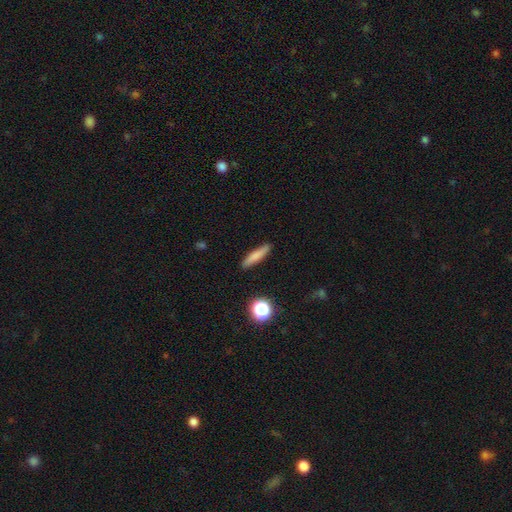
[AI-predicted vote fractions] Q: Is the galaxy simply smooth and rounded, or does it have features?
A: smooth — 74%.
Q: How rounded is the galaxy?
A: cigar-shaped — 84%.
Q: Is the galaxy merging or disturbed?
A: none — 87%.